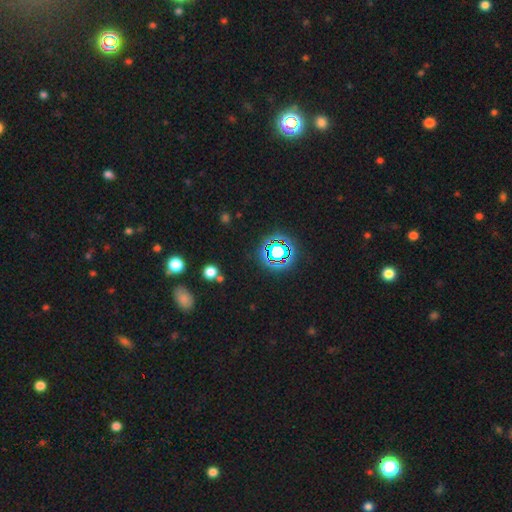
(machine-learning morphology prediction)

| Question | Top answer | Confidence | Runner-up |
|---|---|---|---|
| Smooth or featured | star or artifact | 73% | smooth (19%) |